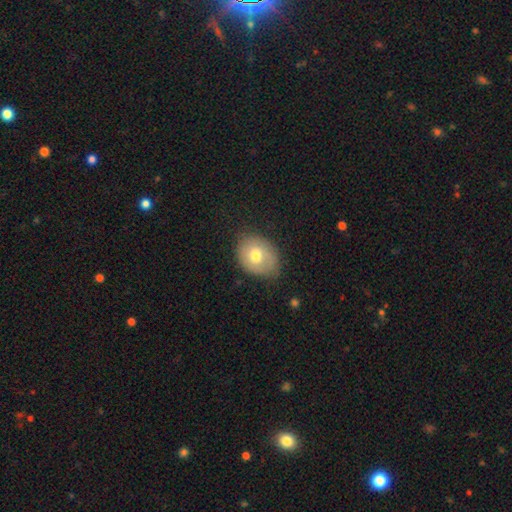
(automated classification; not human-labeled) Q: Smooth or featured?
A: smooth (70%); runner-up: featured or disk (23%)
Q: How rounded?
A: in between (60%); runner-up: round (39%)
Q: Merging?
A: none (68%); runner-up: minor disturbance (24%)